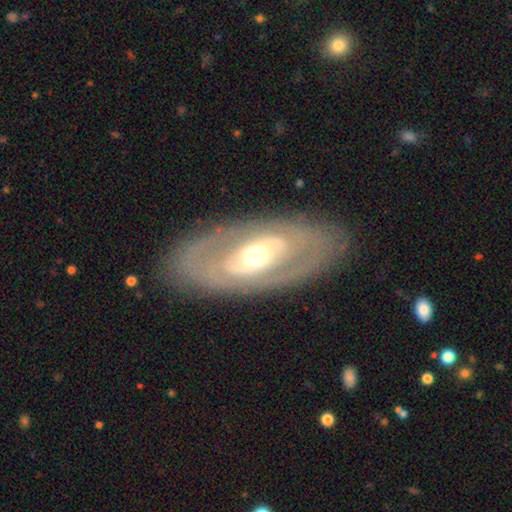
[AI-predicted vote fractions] smooth_or_featured: featured or disk (p=0.77) [alt: smooth p=0.18]
disk_edge_on: no (p=0.89) [alt: yes p=0.11]
bar: no (p=0.43) [alt: weak p=0.32]
has_spiral_arms: yes (p=0.52) [alt: no p=0.48]
bulge_size: moderate (p=0.65) [alt: small p=0.23]
merging: none (p=0.83) [alt: minor disturbance p=0.11]